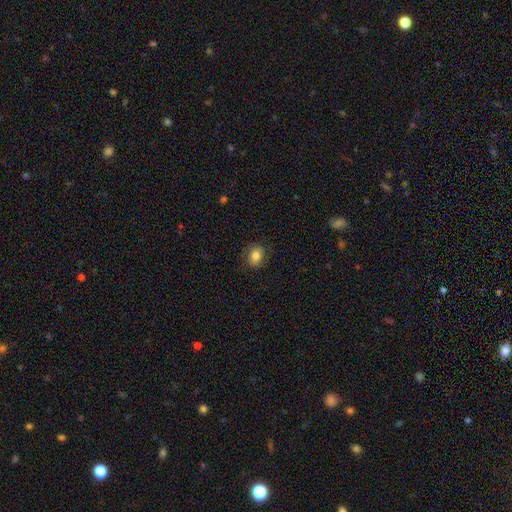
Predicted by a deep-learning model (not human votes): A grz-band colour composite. It shows a smooth galaxy with no disk features (81%) that is in between round and cigar-shaped (54%). Merging: none (84%).